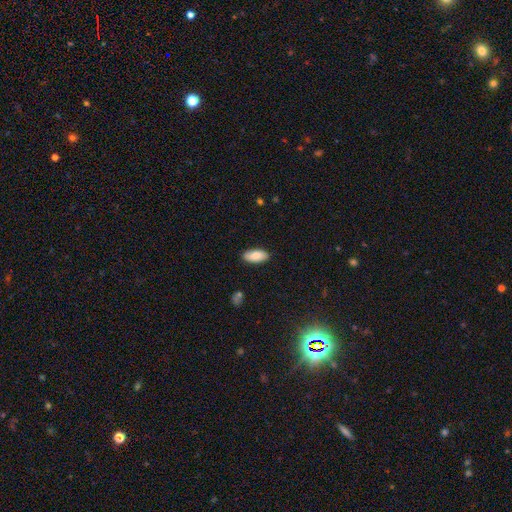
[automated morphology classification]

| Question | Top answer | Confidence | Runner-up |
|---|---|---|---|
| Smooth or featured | smooth | 83% | featured or disk (11%) |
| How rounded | in between | 90% | cigar-shaped (8%) |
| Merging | none | 88% | minor disturbance (9%) |